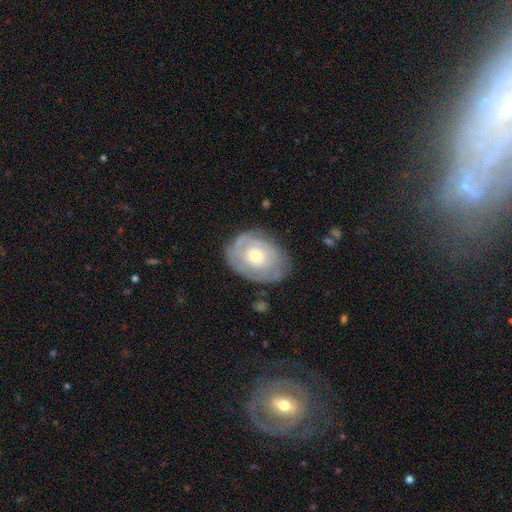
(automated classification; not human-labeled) smooth-or-featured: featured or disk: 61% | smooth: 33% | star or artifact: 6%
  disk-edge-on: no: 95% | yes: 5%
    bar: no: 85% | weak: 13% | strong: 2%
    has-spiral-arms: yes: 59% | no: 41%
    bulge-size: moderate: 63% | small: 26% | large: 9% | none: 1% | dominant: 1%
  merging: none: 73% | minor disturbance: 19% | major disturbance: 6% | merger: 1%